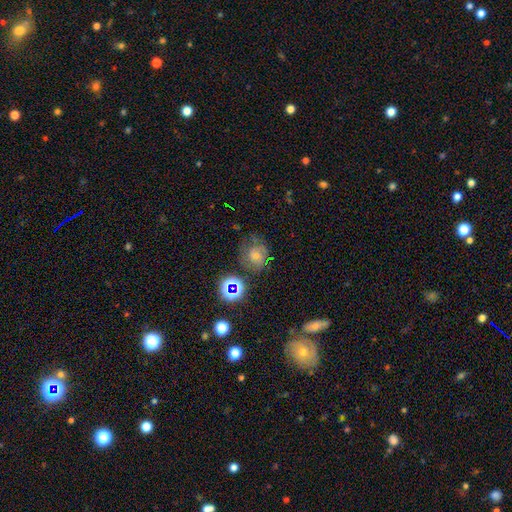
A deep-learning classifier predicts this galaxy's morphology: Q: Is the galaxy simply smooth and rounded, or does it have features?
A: featured or disk — 37%.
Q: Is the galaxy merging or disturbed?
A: none — 68%.